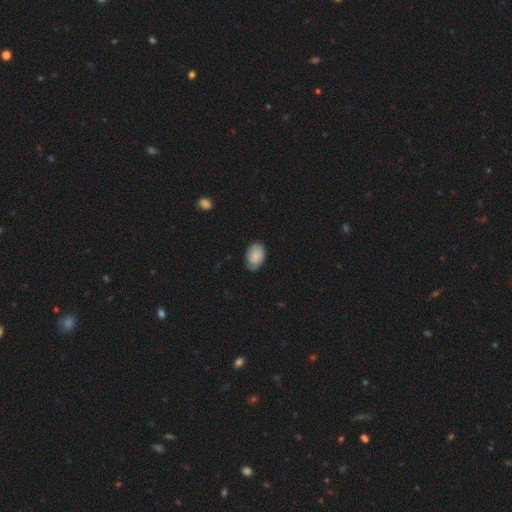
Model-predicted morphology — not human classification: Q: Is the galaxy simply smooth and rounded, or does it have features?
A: smooth — 78%.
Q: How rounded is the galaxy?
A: in between — 83%.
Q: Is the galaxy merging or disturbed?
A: none — 65%.